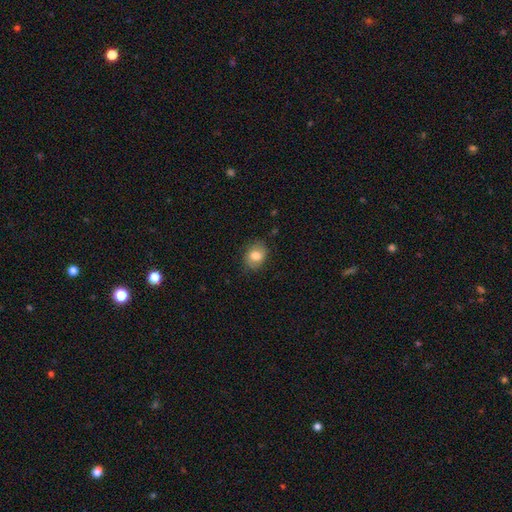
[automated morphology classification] Smooth or featured: smooth — 76% (featured or disk — 15%)
How rounded: in between — 57% (round — 42%)
Merging: none — 78% (minor disturbance — 17%)